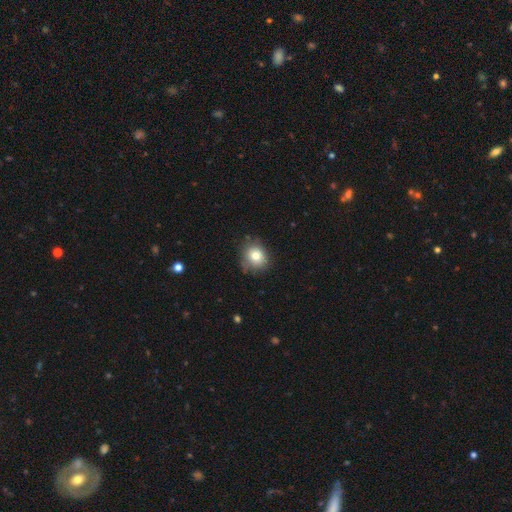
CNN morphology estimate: smooth_or_featured: smooth (p=0.79) [alt: star or artifact p=0.11]
how_rounded: round (p=0.75) [alt: in between p=0.24]
merging: none (p=0.76) [alt: minor disturbance p=0.18]